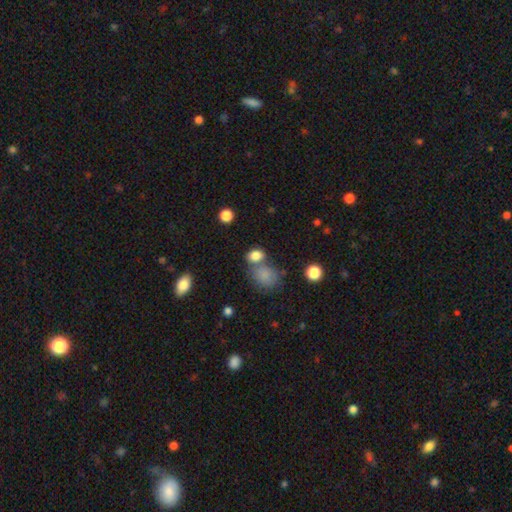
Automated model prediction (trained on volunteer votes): smooth_or_featured: smooth (p=0.83) [alt: star or artifact p=0.11]
how_rounded: in between (p=0.67) [alt: round p=0.31]
merging: none (p=0.51) [alt: merger p=0.31]